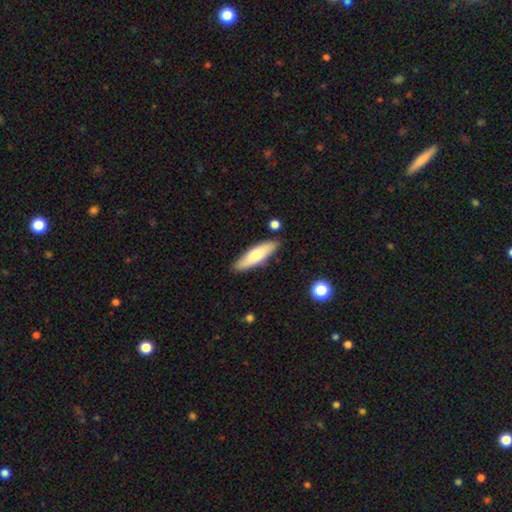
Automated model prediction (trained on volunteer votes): Smooth or featured?
  - smooth: 68% *
  - featured or disk: 26%
  - star or artifact: 6%
How rounded?
  - cigar-shaped: 58% *
  - in between: 40%
  - round: 2%
Merging?
  - none: 84% *
  - minor disturbance: 11%
  - merger: 3%
  - major disturbance: 2%